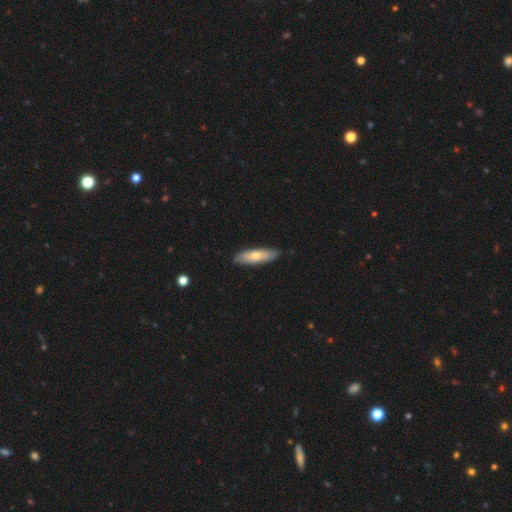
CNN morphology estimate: A smooth galaxy with no disk features (67%) that is cigar-shaped (58%). Merging: none (87%).